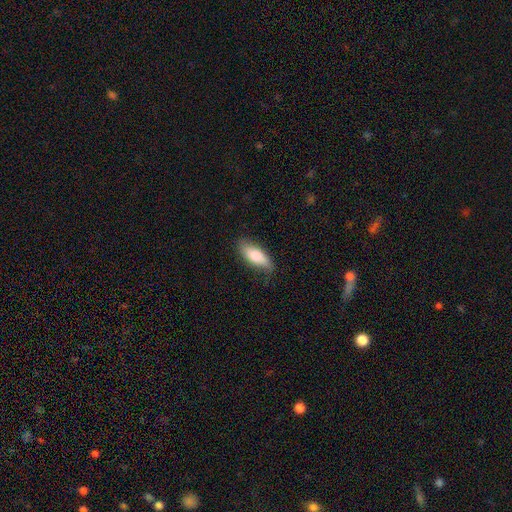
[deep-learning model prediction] Q: Smooth or featured?
A: smooth (76%); runner-up: featured or disk (18%)
Q: How rounded?
A: in between (77%); runner-up: cigar-shaped (21%)
Q: Merging?
A: none (76%); runner-up: minor disturbance (20%)